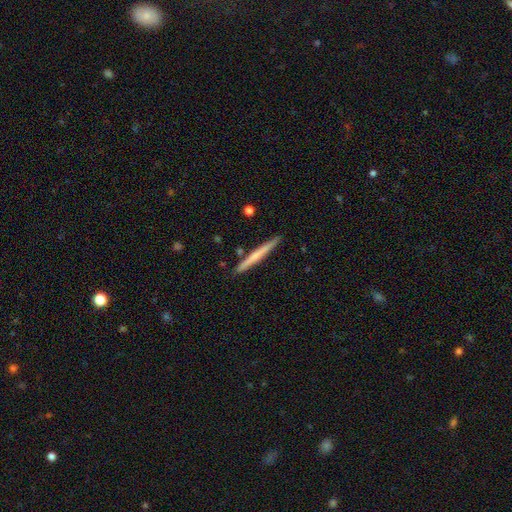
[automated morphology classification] type=smooth (54%); roundness=cigar-shaped (97%); merging=none (89%).